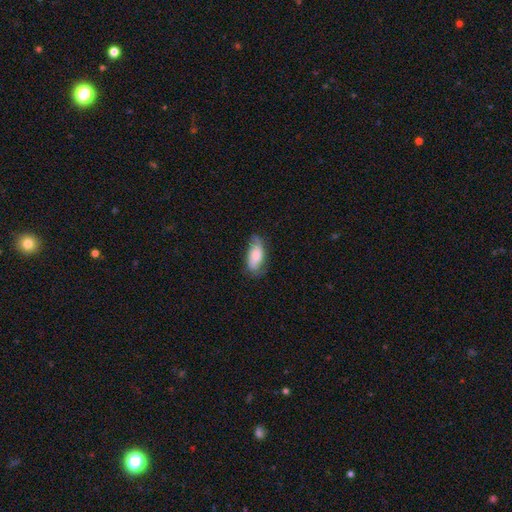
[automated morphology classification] This is likely a smooth galaxy (64%). How rounded: clearly in between (87%). Merging: likely none (61%).